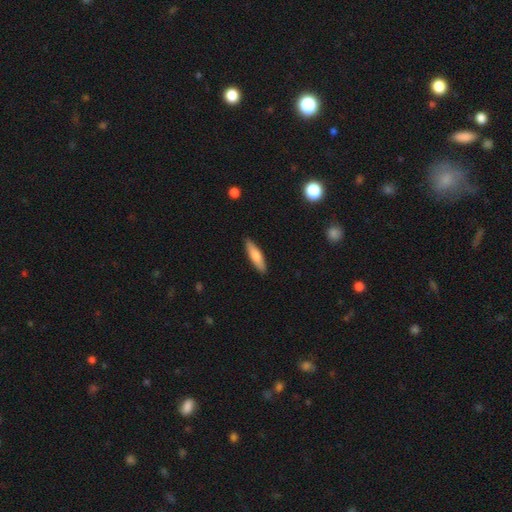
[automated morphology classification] Overall: smooth (72%). How rounded: cigar-shaped (71%). Merging: none (89%).